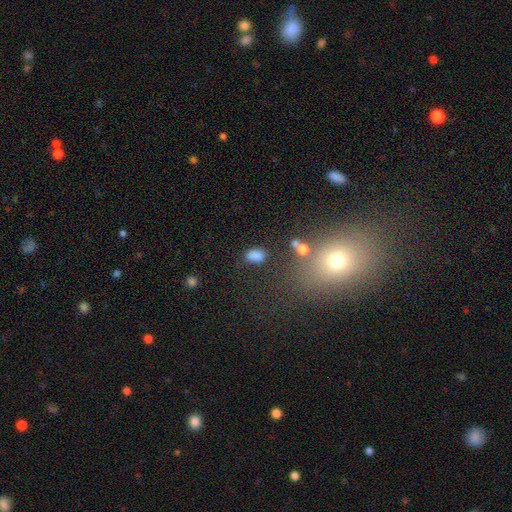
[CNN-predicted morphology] This appears to be a smooth galaxy with no disk features (79%) that is in between round and cigar-shaped (85%). Merging: none (65%).